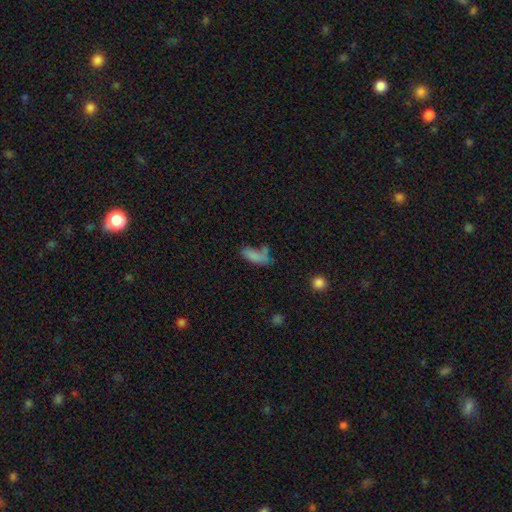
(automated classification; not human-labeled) Smooth or featured? smooth (77%)
How rounded? in between (73%)
Merging? none (41%)